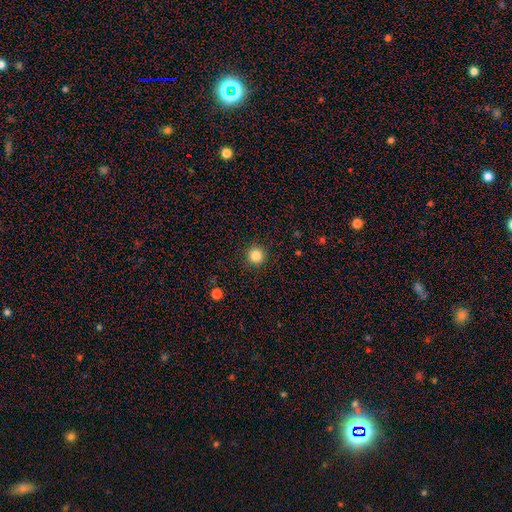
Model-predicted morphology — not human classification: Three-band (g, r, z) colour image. It shows a smooth galaxy with no disk features (85%) that is round (95%). Merging: none (92%).